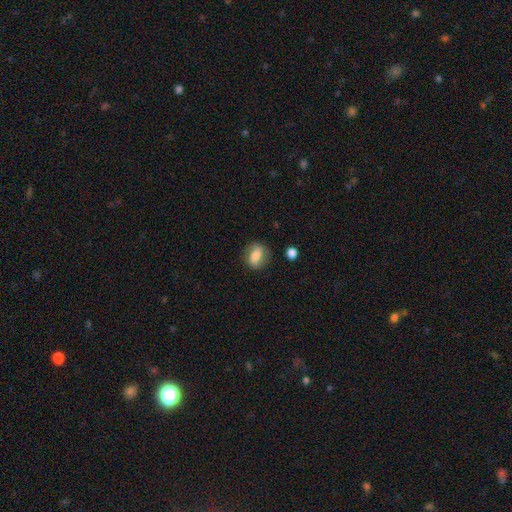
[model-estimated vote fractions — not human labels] A smooth galaxy with no disk features (71%) that is in between round and cigar-shaped (64%). Merging: none (77%).